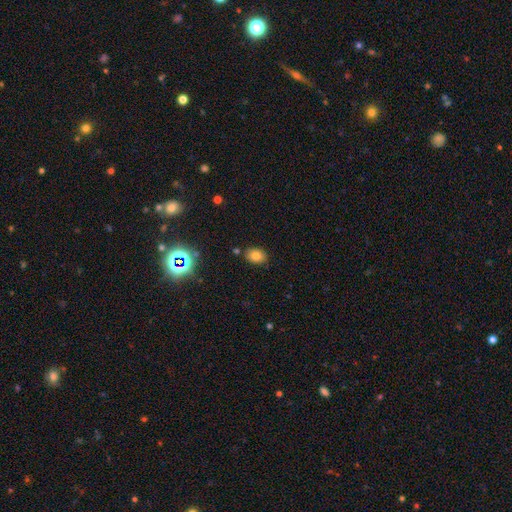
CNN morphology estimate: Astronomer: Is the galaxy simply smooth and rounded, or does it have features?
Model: smooth — 77%.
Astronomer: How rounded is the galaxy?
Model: in between — 74%.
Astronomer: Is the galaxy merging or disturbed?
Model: none — 83%.